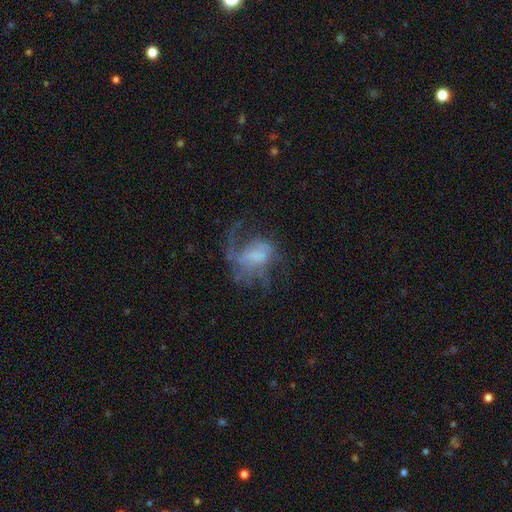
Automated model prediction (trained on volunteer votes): Smooth or featured? Predicted: featured or disk (p=0.68). Edge-on disk? Predicted: no (p=0.97). Bar? Predicted: no (p=0.47). Spiral arms? Predicted: yes (p=0.77). Spiral winding? Predicted: loose (p=0.50). Spiral arm count? Predicted: 1 (p=0.31). Bulge size? Predicted: none (p=0.34). Merging? Predicted: major disturbance (p=0.41, tied with none).